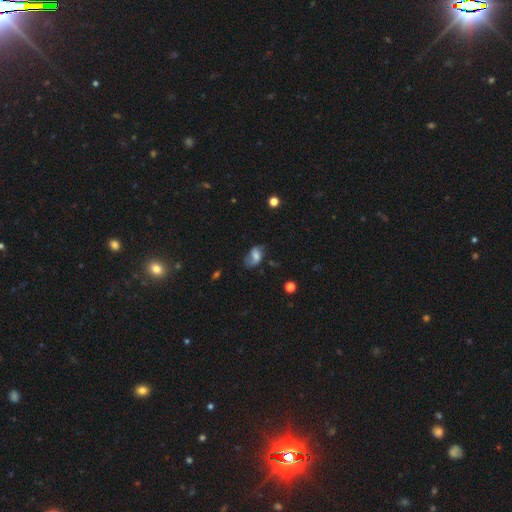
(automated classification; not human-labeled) A featured or disk galaxy (49%).

Vote fractions:
- Smooth or featured? featured or disk: 49% / smooth: 41% / star or artifact: 10%
- Merging? none: 54% / minor disturbance: 27% / major disturbance: 16% / merger: 3%